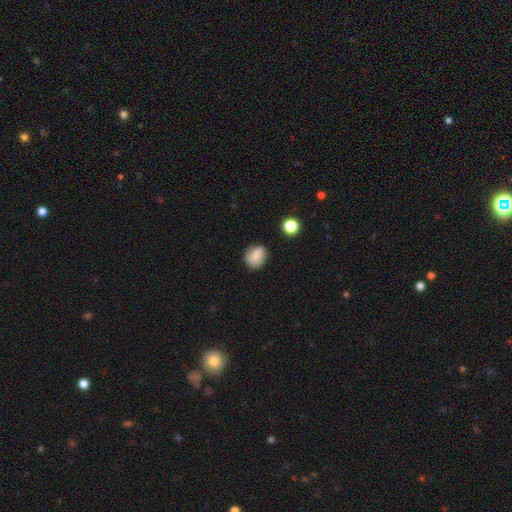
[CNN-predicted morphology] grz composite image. It shows a smooth galaxy with no disk features (84%) that is round (59%). Merging: none (76%).